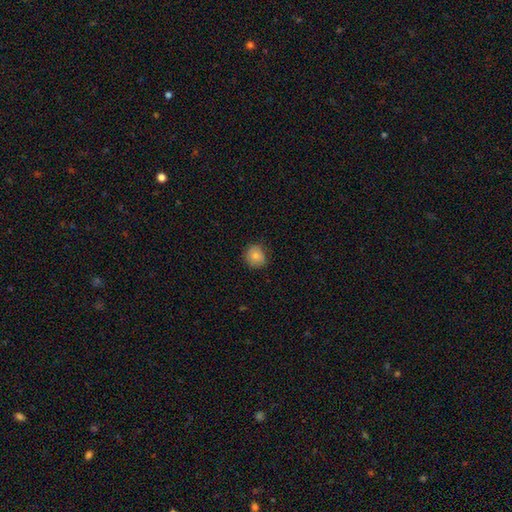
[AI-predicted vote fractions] This is clearly a smooth galaxy (82%). How rounded: clearly round (85%). Merging: clearly none (81%).